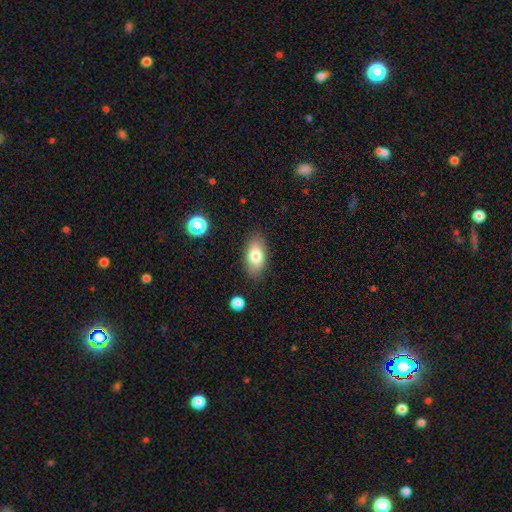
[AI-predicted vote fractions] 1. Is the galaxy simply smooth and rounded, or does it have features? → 78% smooth, 14% featured or disk, 8% star or artifact.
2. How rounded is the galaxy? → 91% in between, 5% round, 4% cigar-shaped.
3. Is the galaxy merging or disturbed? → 85% none, 11% minor disturbance, 3% major disturbance, 2% merger.